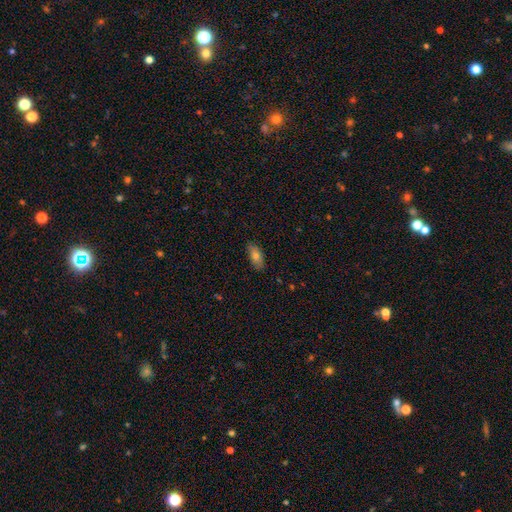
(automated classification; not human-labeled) Smooth or featured: smooth — 75% (featured or disk — 17%)
How rounded: in between — 85% (cigar-shaped — 11%)
Merging: none — 85% (minor disturbance — 12%)